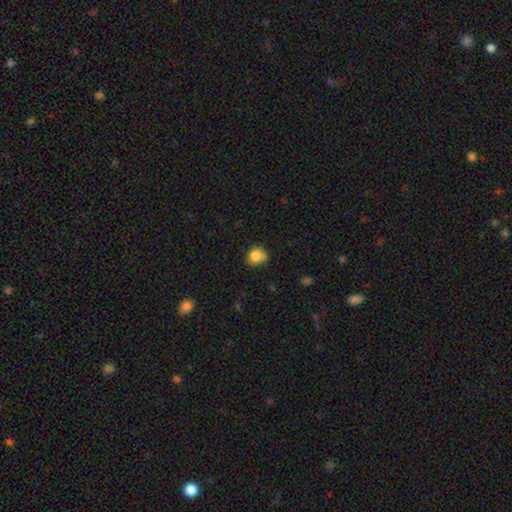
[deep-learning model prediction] A smooth galaxy with no disk features (82%) that is round (79%). Merging: none (61%).